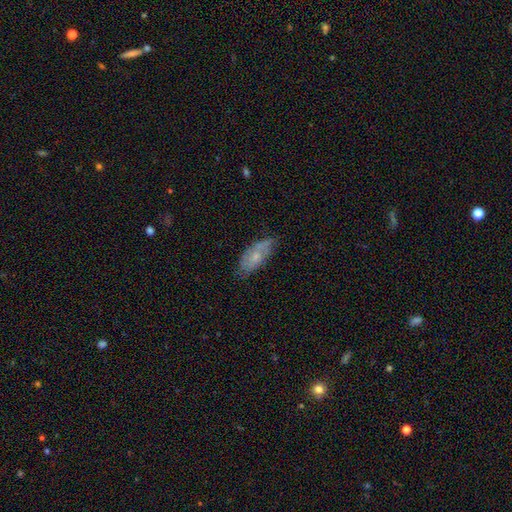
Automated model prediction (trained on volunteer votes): Smooth or featured?
  - smooth: 50% *
  - featured or disk: 43%
  - star or artifact: 8%
Merging?
  - none: 60% *
  - minor disturbance: 29%
  - major disturbance: 8%
  - merger: 3%